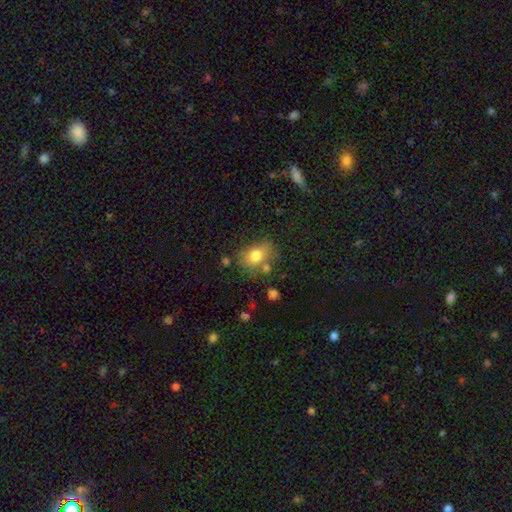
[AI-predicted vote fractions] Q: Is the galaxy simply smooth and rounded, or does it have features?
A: smooth — 77%.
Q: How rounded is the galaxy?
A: in between — 64%.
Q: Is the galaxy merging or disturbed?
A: none — 59%.